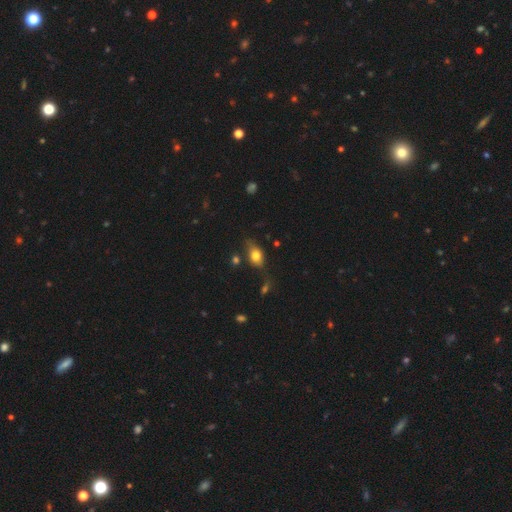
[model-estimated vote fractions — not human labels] Smooth or featured? Predicted: smooth (p=0.72). How rounded? Predicted: in between (p=0.77). Merging? Predicted: none (p=0.63).